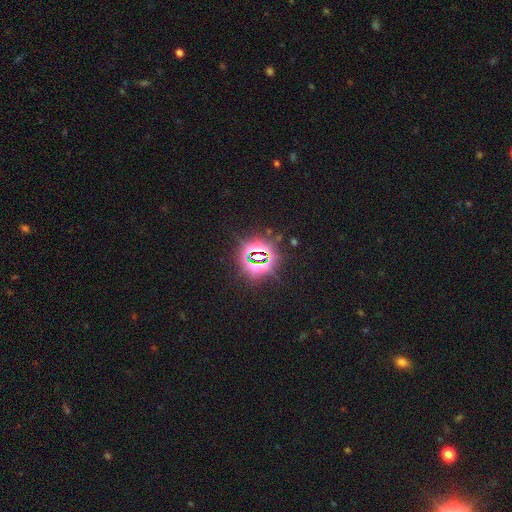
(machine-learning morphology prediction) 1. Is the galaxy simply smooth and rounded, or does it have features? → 81% star or artifact, 11% smooth, 8% featured or disk.